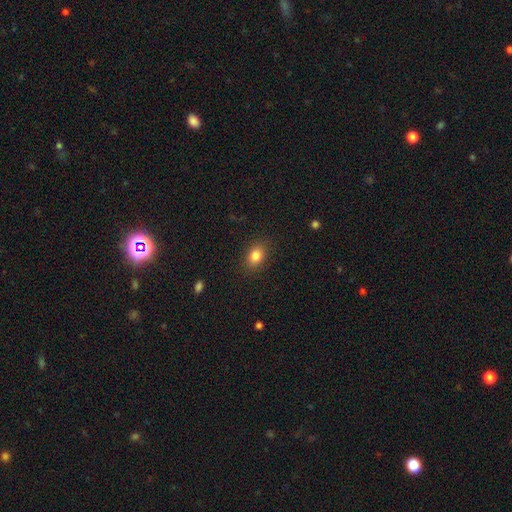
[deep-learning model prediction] Smooth or featured?
  - smooth: 84% *
  - star or artifact: 10%
  - featured or disk: 7%
How rounded?
  - in between: 72% *
  - round: 27%
  - cigar-shaped: 1%
Merging?
  - none: 86% *
  - minor disturbance: 10%
  - major disturbance: 3%
  - merger: 1%